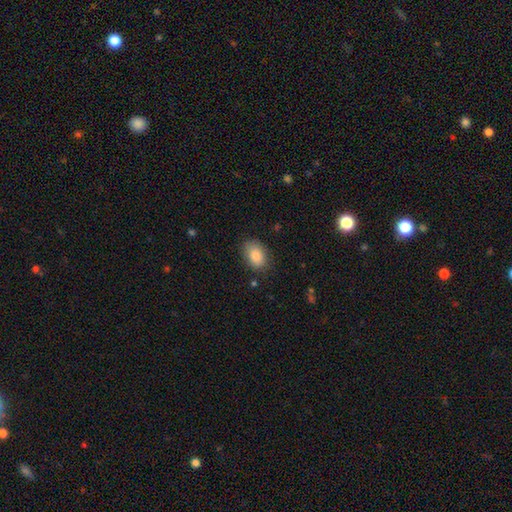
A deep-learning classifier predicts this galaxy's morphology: A smooth galaxy with no disk features (83%) that is in between round and cigar-shaped (82%). Merging: none (81%).